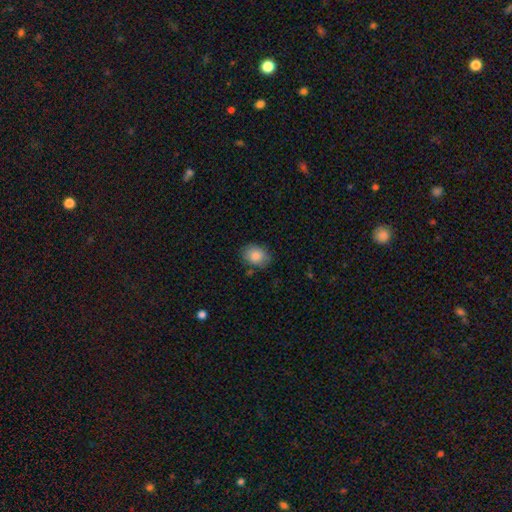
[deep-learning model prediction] Morphology: type=smooth (86%); roundness=in between (61%); merging=none (79%).